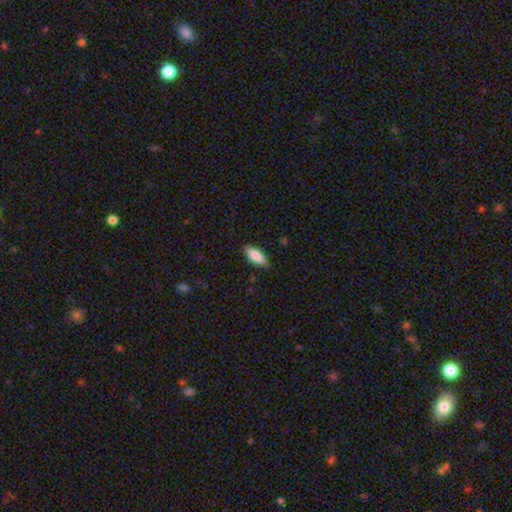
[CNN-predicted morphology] Overall: smooth (86%). How rounded: in between (82%). Merging: none (86%).